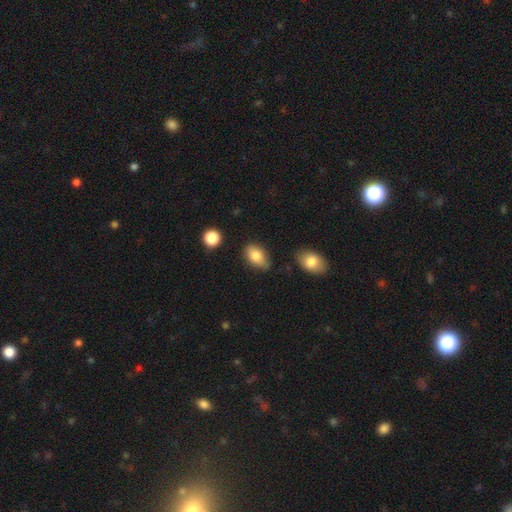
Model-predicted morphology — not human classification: This appears to be a smooth galaxy with no disk features (82%) that is in between round and cigar-shaped (89%). Merging: none (70%).